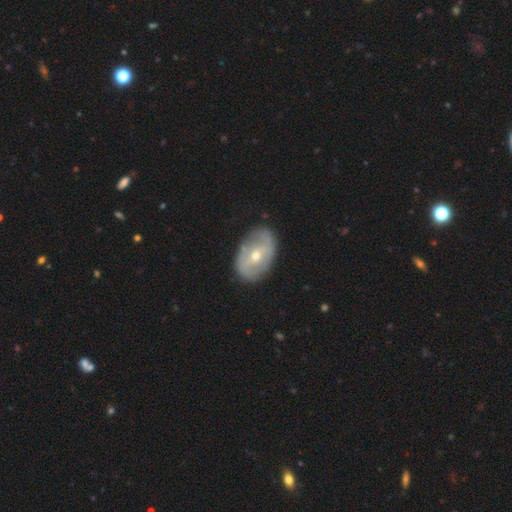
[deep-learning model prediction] Smooth or featured? featured or disk (63%)
Edge-on disk? no (93%)
Bar? weak (40%, tied with no)
Spiral arms? yes (55%)
Bulge size? moderate (50%)
Merging? none (77%)